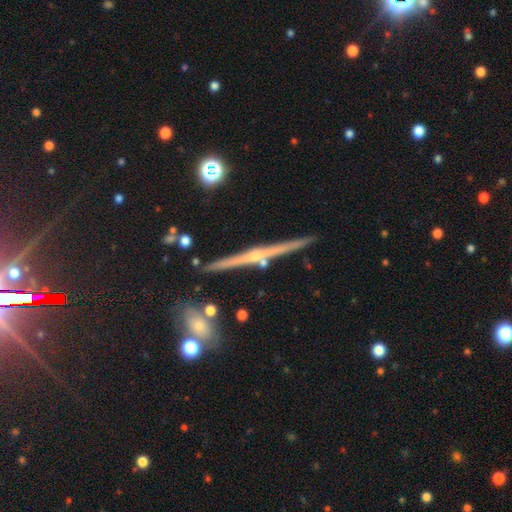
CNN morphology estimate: A featured or disk galaxy (80%) viewed edge-on (98%) with a rounded central bulge (73%). Merging: none (88%).